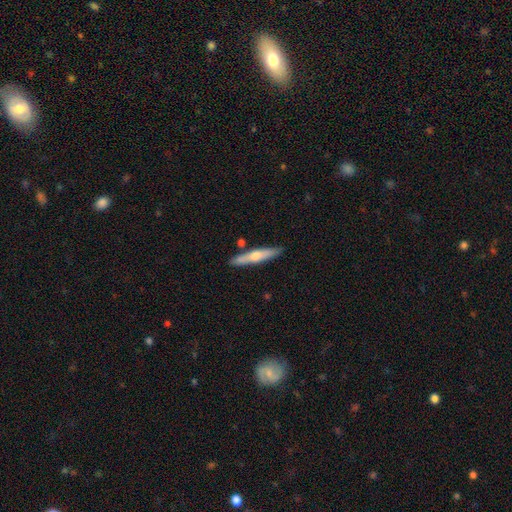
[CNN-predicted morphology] Smooth or featured? Predicted: featured or disk (p=0.50). Merging? Predicted: none (p=0.85).